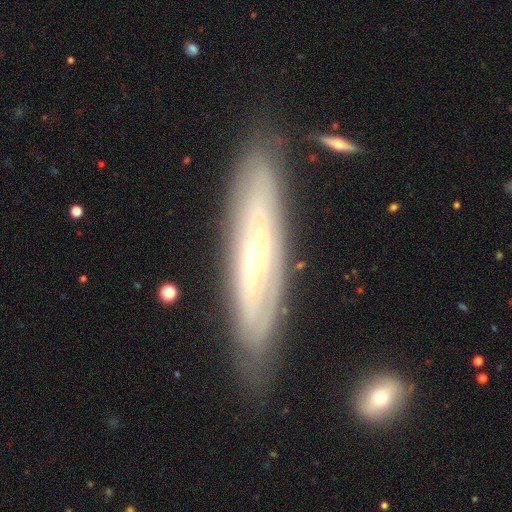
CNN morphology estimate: Smooth or featured? Predicted: featured or disk (p=0.73). Edge-on disk? Predicted: no (p=0.57). Merging? Predicted: none (p=0.82).